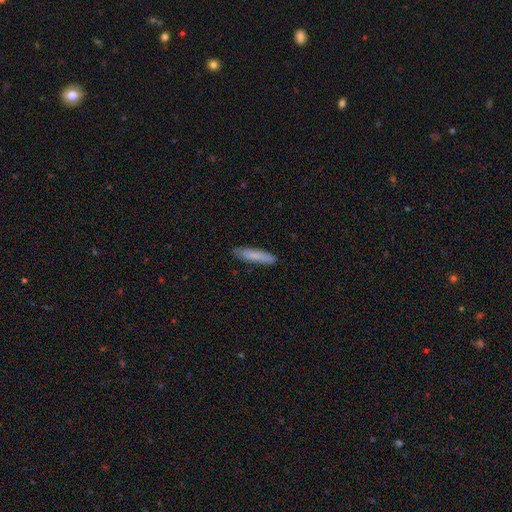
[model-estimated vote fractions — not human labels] A smooth galaxy with no disk features (76%) that is cigar-shaped (80%).

Vote fractions:
- Smooth or featured? smooth: 76% / featured or disk: 18% / star or artifact: 6%
- How rounded? cigar-shaped: 80% / in between: 19% / round: 1%
- Merging? none: 84% / minor disturbance: 13% / major disturbance: 2% / merger: 1%